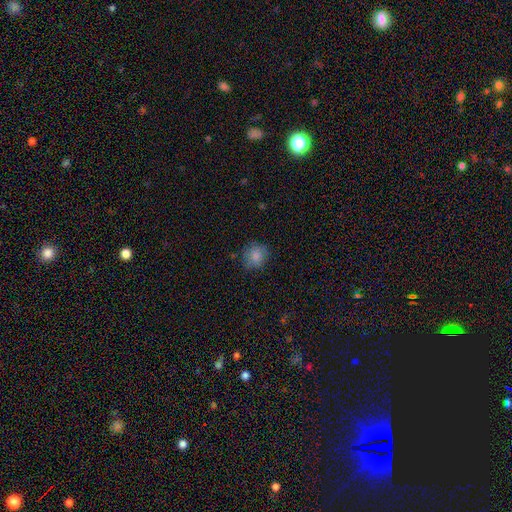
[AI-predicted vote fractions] Smooth or featured?
  - smooth: 84% *
  - star or artifact: 10%
  - featured or disk: 6%
How rounded?
  - round: 80% *
  - in between: 19%
  - cigar-shaped: 1%
Merging?
  - none: 81% *
  - minor disturbance: 14%
  - major disturbance: 4%
  - merger: 1%